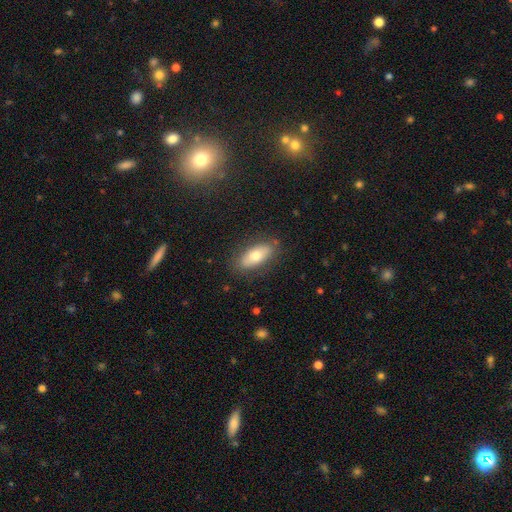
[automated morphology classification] This is likely a smooth galaxy (69%). How rounded: clearly in between (82%). Merging: clearly none (82%).